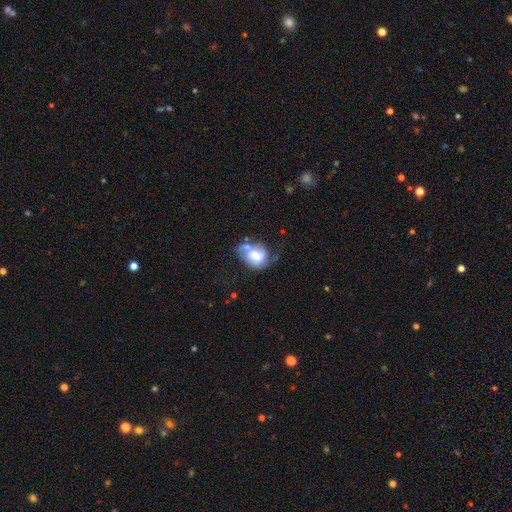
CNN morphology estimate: Q: Smooth or featured?
A: smooth (47%); runner-up: featured or disk (45%)
Q: Merging?
A: none (31%); runner-up: merger (27%)